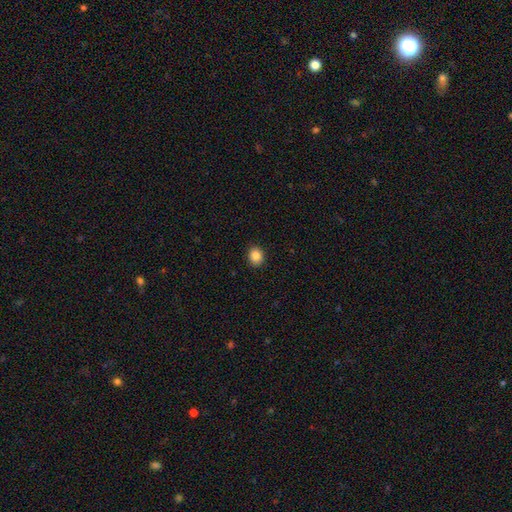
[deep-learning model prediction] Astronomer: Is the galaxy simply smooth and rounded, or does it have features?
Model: smooth — 86%.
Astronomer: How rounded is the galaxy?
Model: round — 64%.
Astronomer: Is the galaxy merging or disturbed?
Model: none — 91%.